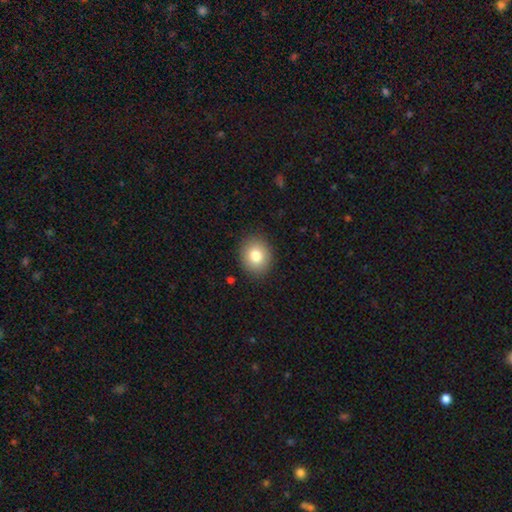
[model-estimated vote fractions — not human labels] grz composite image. It shows a smooth galaxy with no disk features (80%) that is round (67%). Merging: none (89%).